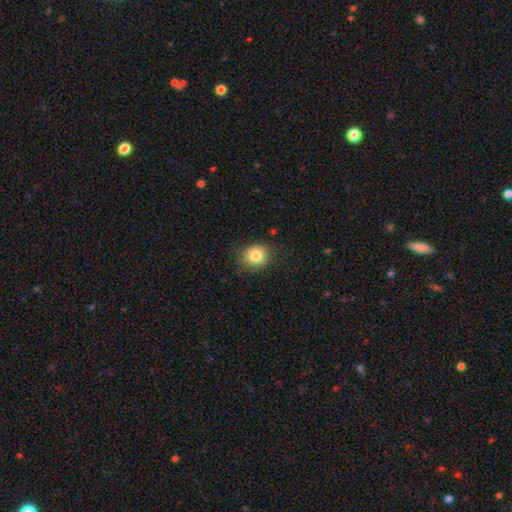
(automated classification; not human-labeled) Overall: smooth (82%). How rounded: round (76%). Merging: none (78%).